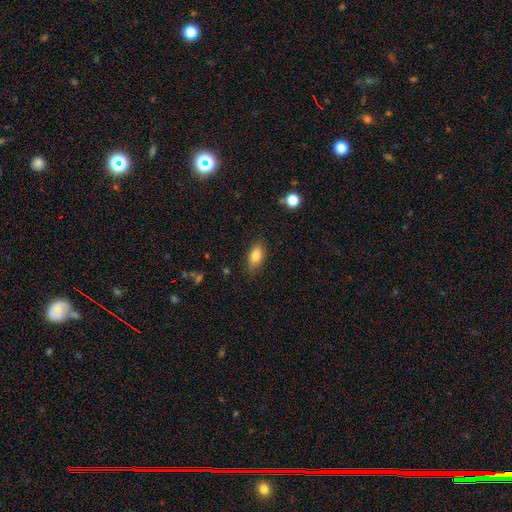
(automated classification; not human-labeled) Smooth or featured: smooth — 82% (featured or disk — 10%)
How rounded: in between — 88% (round — 6%)
Merging: none — 83% (minor disturbance — 13%)